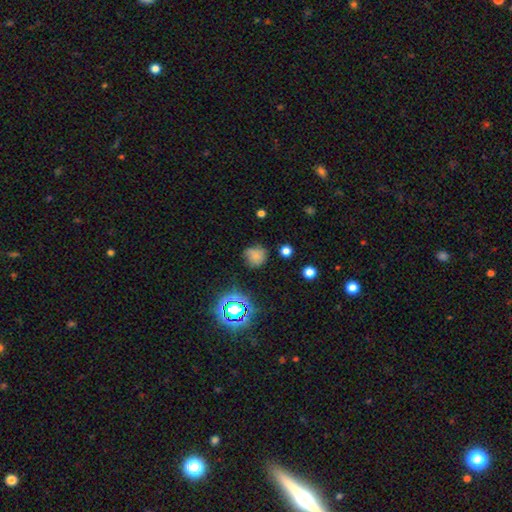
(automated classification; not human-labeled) Smooth or featured?
  - smooth: 67% *
  - star or artifact: 21%
  - featured or disk: 12%
How rounded?
  - round: 82% *
  - in between: 17%
  - cigar-shaped: 1%
Merging?
  - none: 62% *
  - minor disturbance: 25%
  - major disturbance: 9%
  - merger: 4%